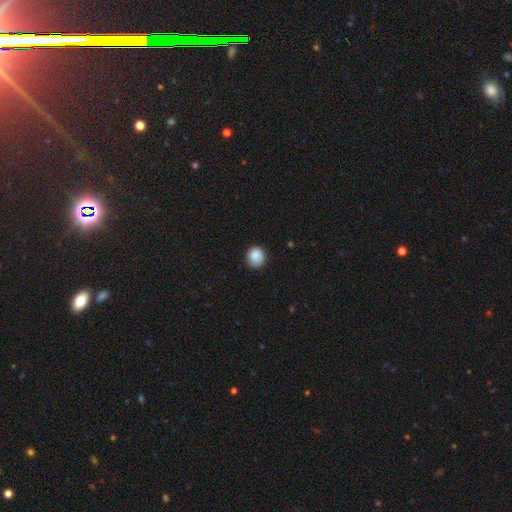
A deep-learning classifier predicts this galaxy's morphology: This is clearly a smooth galaxy (87%). How rounded: clearly round (86%). Merging: clearly none (83%).